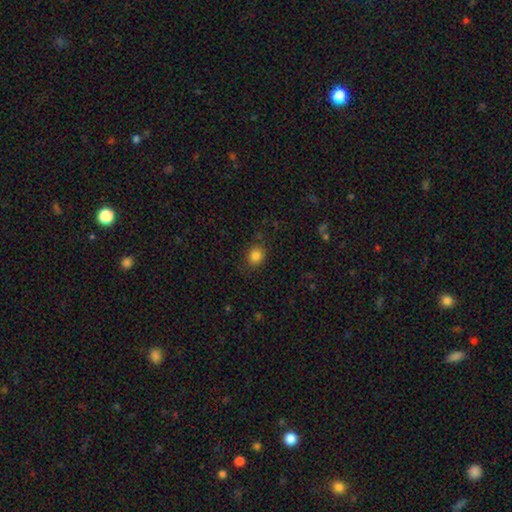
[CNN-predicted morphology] Overall: smooth (83%). How rounded: round (63%; in between 36%). Merging: none (82%).